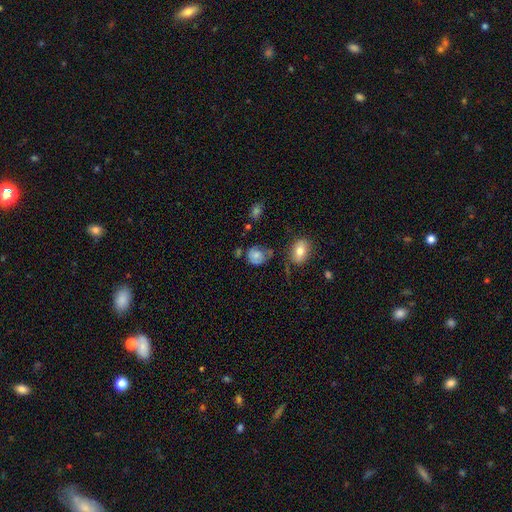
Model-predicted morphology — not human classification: Overall: smooth (70%). How rounded: round (59%; in between 40%). Merging: none (45%; minor disturbance 31%).